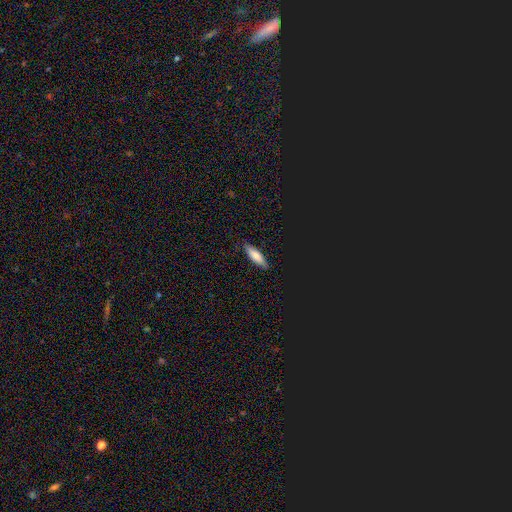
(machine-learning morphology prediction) Smooth or featured? smooth (70%)
How rounded? cigar-shaped (51%)
Merging? none (85%)